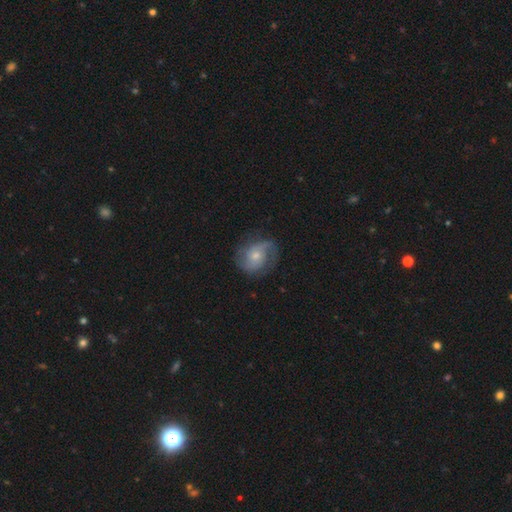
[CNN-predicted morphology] A featured or disk galaxy (71%) with no bar (67%), 2 (74%) medium (47%) spiral arms (92%) and a moderate central bulge (49%).

Vote fractions:
- Smooth or featured? featured or disk: 71% / smooth: 22% / star or artifact: 7%
- Edge-on disk? no: 97% / yes: 3%
- Bar? no: 67% / weak: 28% / strong: 5%
- Spiral arms? yes: 92% / no: 8%
- Spiral winding? medium: 47% / tight: 28% / loose: 25%
- Spiral arm count? 2: 74% / can't tell: 11% / 1: 7% / 3: 5% / 4: 2% / more than 4: 2%
- Bulge size? moderate: 49% / small: 44% / large: 4% / none: 3% / dominant: 1%
- Merging? none: 70% / minor disturbance: 19% / major disturbance: 10% / merger: 1%